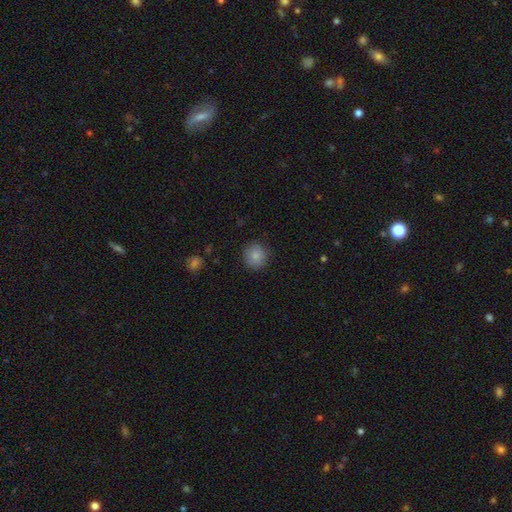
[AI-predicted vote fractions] Smooth or featured?
  - smooth: 86% *
  - star or artifact: 9%
  - featured or disk: 5%
How rounded?
  - round: 91% *
  - in between: 8%
  - cigar-shaped: 1%
Merging?
  - none: 89% *
  - minor disturbance: 8%
  - major disturbance: 2%
  - merger: 1%